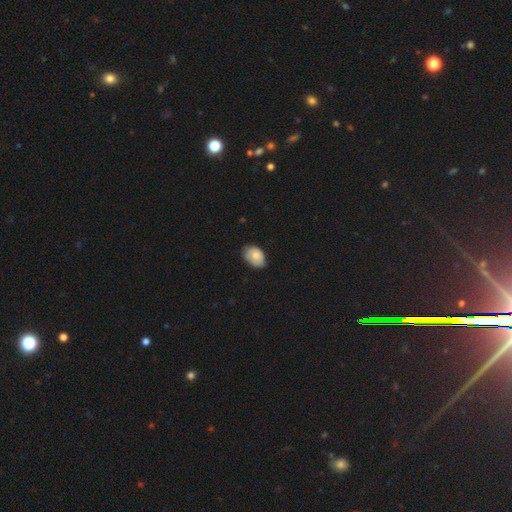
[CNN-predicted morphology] smooth_or_featured: smooth (p=0.77) [alt: featured or disk p=0.16]
how_rounded: in between (p=0.82) [alt: round p=0.17]
merging: none (p=0.65) [alt: minor disturbance p=0.30]